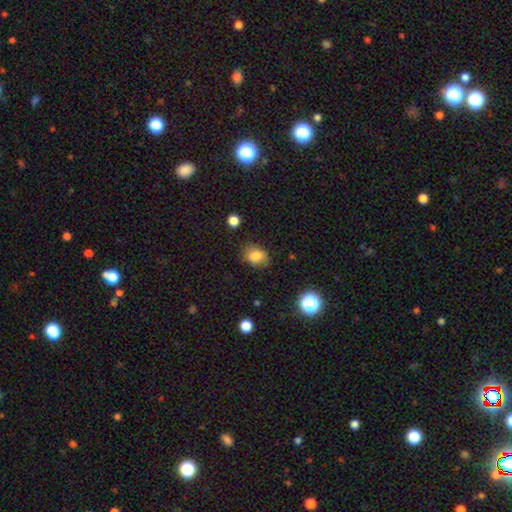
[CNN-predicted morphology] Smooth or featured? Predicted: smooth (p=0.80). How rounded? Predicted: in between (p=0.62). Merging? Predicted: none (p=0.65).